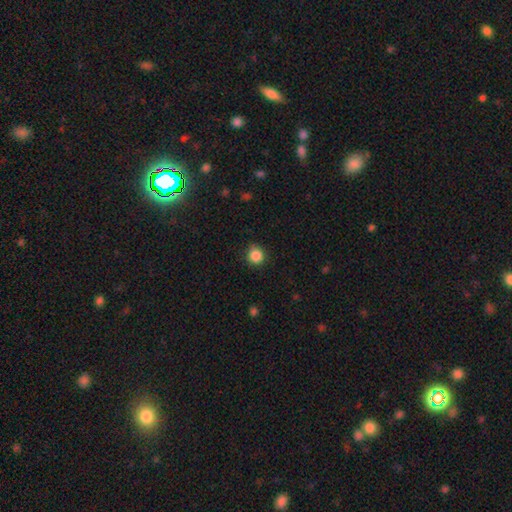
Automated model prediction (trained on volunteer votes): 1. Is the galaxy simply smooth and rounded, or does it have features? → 85% smooth, 11% star or artifact, 4% featured or disk.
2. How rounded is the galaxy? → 90% round, 9% in between, 1% cigar-shaped.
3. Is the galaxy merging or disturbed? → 80% none, 15% minor disturbance, 3% major disturbance, 1% merger.